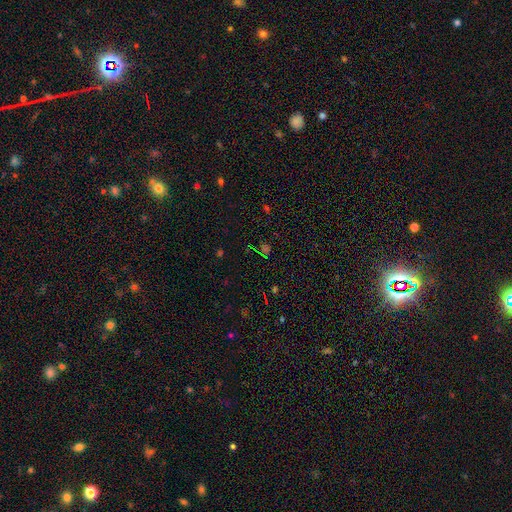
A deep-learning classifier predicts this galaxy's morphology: Smooth or featured?
  - star or artifact: 68% *
  - smooth: 22%
  - featured or disk: 10%